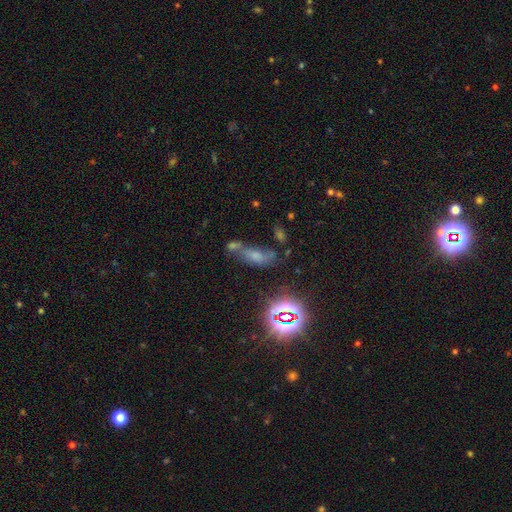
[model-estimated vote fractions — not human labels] A smooth galaxy with no disk features (43%).

Vote fractions:
- Smooth or featured? smooth: 43% / star or artifact: 35% / featured or disk: 22%
- Merging? none: 37% / merger: 32% / minor disturbance: 17% / major disturbance: 13%